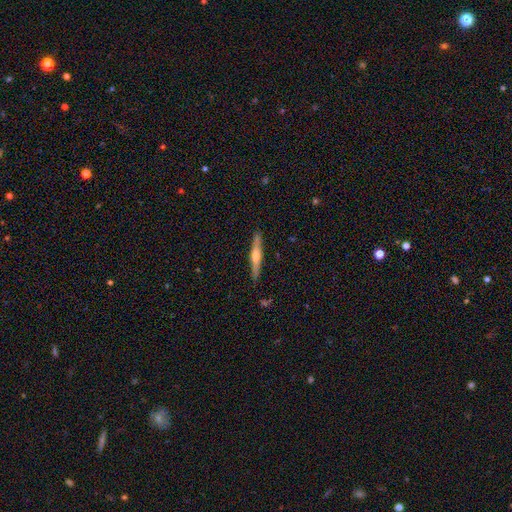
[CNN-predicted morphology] This is possibly a featured or disk galaxy (58%). It is clearly viewed edge-on (96%). Edge-on bulge: clearly rounded (86%). Merging: clearly none (89%).